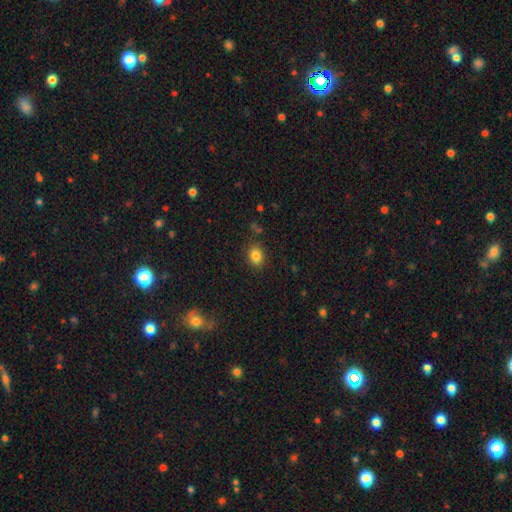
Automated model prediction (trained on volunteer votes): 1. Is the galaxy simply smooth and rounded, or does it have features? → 84% smooth, 11% star or artifact, 6% featured or disk.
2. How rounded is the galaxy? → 57% in between, 42% round, 1% cigar-shaped.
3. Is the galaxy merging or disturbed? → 84% none, 11% minor disturbance, 3% major disturbance, 2% merger.